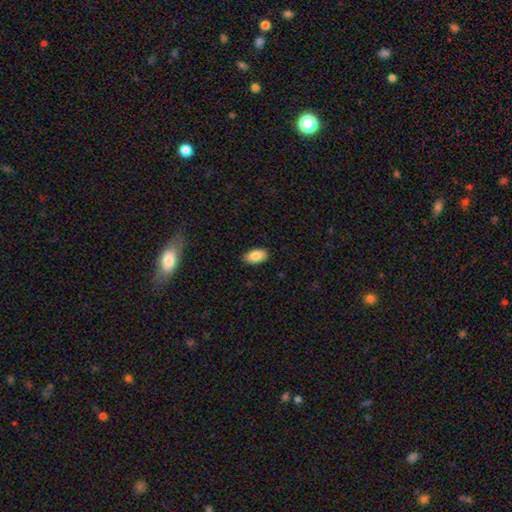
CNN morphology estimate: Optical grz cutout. It shows a smooth galaxy with no disk features (87%) that is in between round and cigar-shaped (94%). Merging: none (89%).